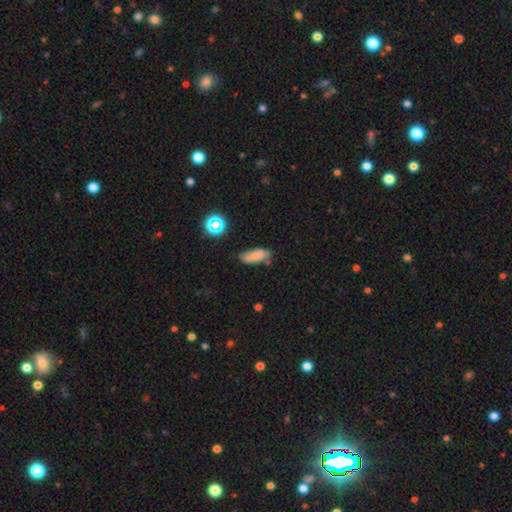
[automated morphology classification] Smooth or featured? Predicted: smooth (p=0.74). How rounded? Predicted: in between (p=0.82). Merging? Predicted: none (p=0.63).